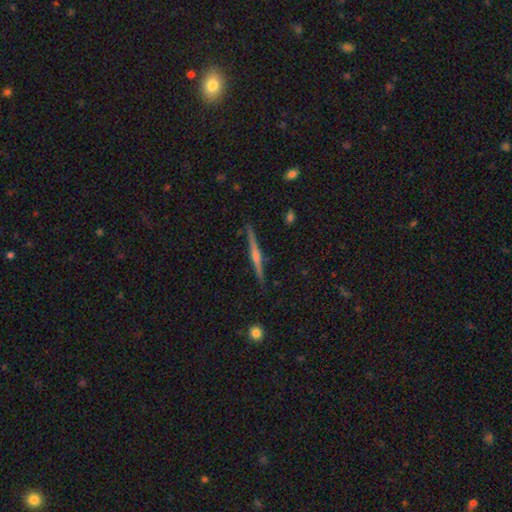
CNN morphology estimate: Overall: featured or disk (74%). Edge-on disk: yes (98%). Edge-on bulge: rounded (77%). Merging: none (89%).